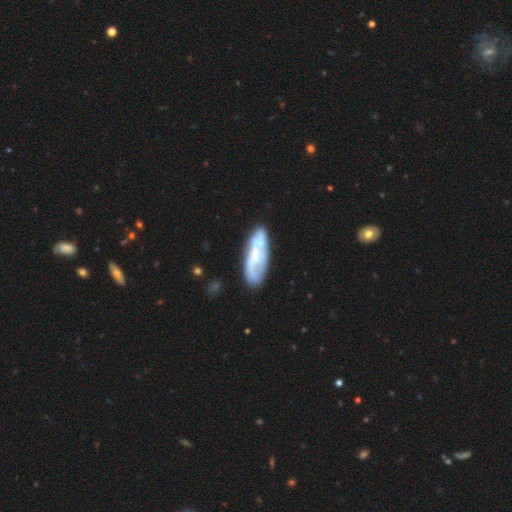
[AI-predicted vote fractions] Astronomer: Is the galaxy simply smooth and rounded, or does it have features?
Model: featured or disk — 53% (runner-up: smooth, 40%).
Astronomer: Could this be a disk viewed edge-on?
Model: no — 84%.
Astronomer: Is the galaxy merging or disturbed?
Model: none — 61%.